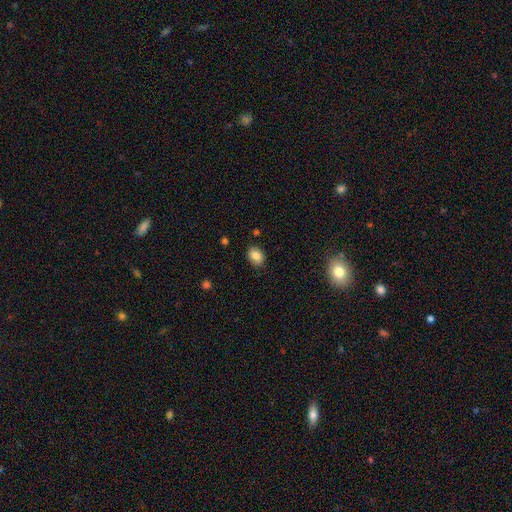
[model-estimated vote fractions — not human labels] This appears to be a smooth galaxy with no disk features (85%) that is in between round and cigar-shaped (73%). Merging: none (84%).